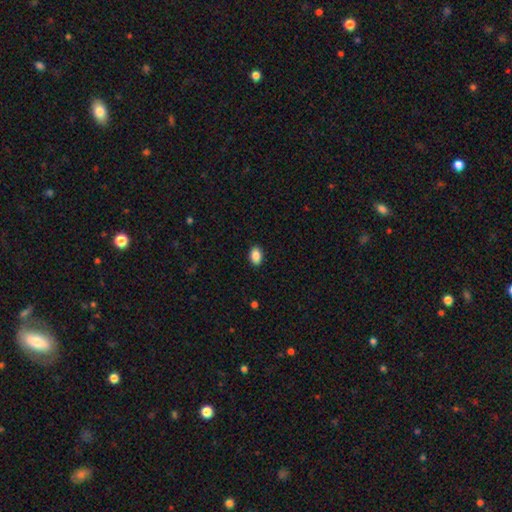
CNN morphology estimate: This appears to be a smooth galaxy with no disk features (89%) that is in between round and cigar-shaped (87%). Merging: none (89%).